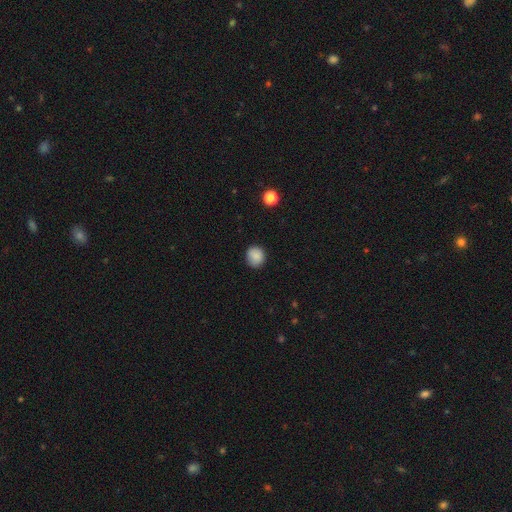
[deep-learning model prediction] Smooth or featured? Predicted: smooth (p=0.87). How rounded? Predicted: round (p=0.85). Merging? Predicted: none (p=0.85).